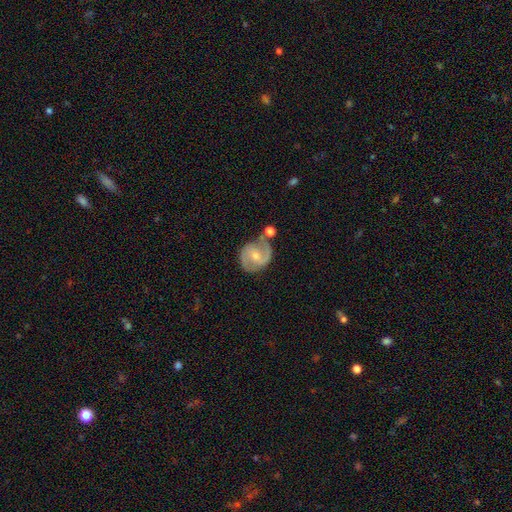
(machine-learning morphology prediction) Q: Smooth or featured?
A: featured or disk (79%); runner-up: smooth (15%)
Q: Edge-on disk?
A: no (97%); runner-up: yes (3%)
Q: Bar?
A: weak (45%); runner-up: no (38%)
Q: Spiral arms?
A: yes (93%); runner-up: no (7%)
Q: Spiral winding?
A: medium (53%); runner-up: tight (26%)
Q: Spiral arm count?
A: 2 (89%); runner-up: can't tell (5%)
Q: Bulge size?
A: moderate (51%); runner-up: small (45%)
Q: Merging?
A: none (64%); runner-up: minor disturbance (19%)